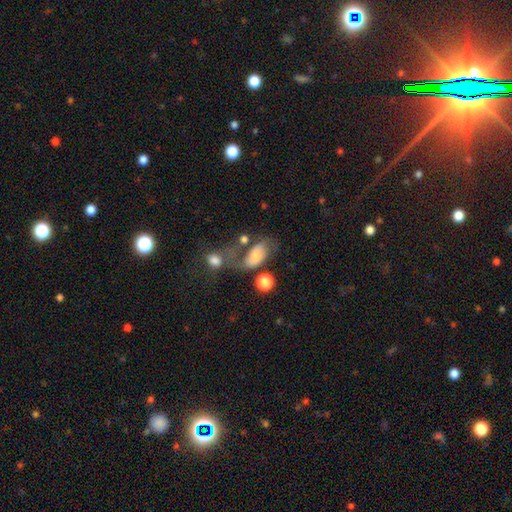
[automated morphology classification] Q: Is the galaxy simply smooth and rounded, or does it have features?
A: smooth — 48%.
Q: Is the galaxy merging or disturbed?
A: none — 30%.